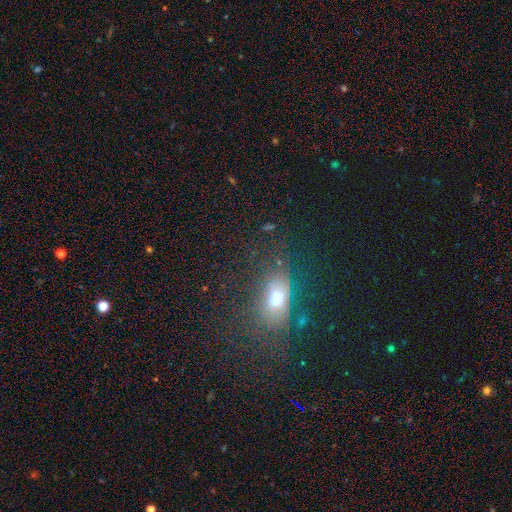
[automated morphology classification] type=smooth (59%); roundness=in between (68%); merging=none (73%).